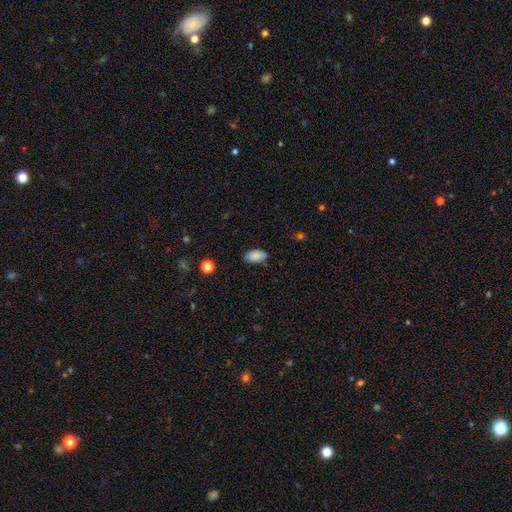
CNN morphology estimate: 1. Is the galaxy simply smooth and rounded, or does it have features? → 86% smooth, 8% star or artifact, 6% featured or disk.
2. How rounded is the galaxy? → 93% in between, 5% round, 2% cigar-shaped.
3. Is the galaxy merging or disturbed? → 74% none, 21% minor disturbance, 4% major disturbance, 2% merger.